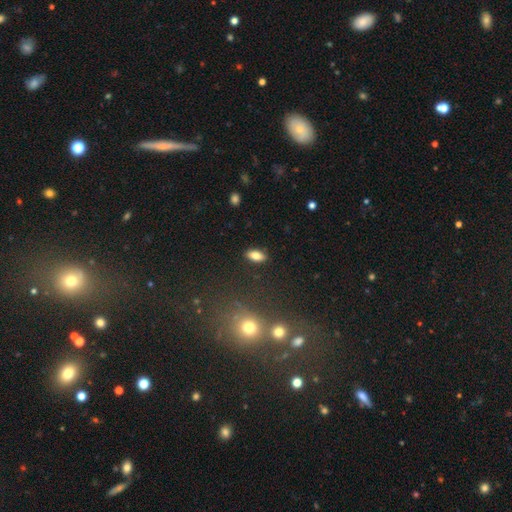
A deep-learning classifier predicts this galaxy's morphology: smooth-or-featured: smooth: 80% | featured or disk: 11% | star or artifact: 9%
  how-rounded: in between: 87% | cigar-shaped: 9% | round: 4%
  merging: none: 88% | minor disturbance: 8% | major disturbance: 2% | merger: 1%